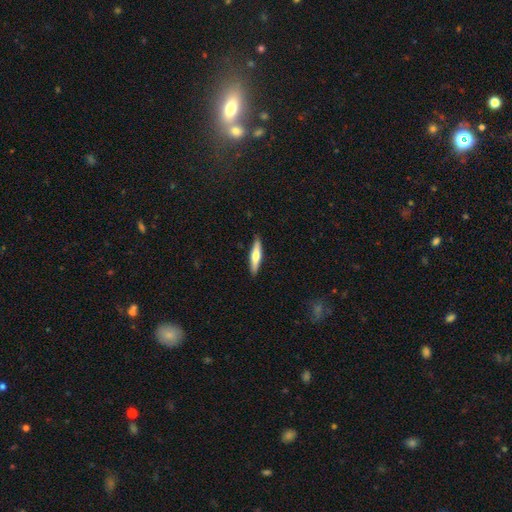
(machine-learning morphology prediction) smooth 52%, featured or disk 42%, star or artifact 5%. Down the decision tree: how rounded — cigar-shaped (82%); merging — none (89%).